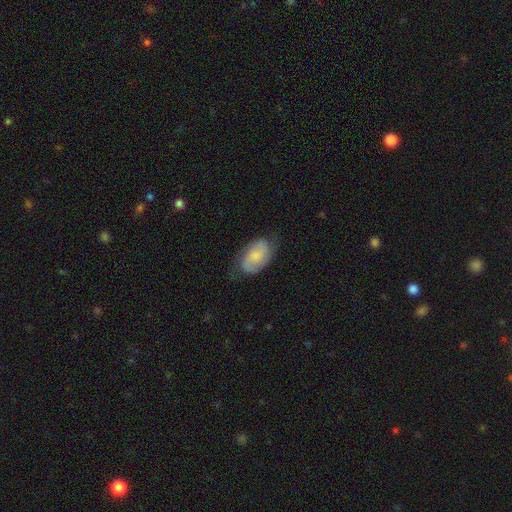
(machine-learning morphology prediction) smooth_or_featured: featured or disk (p=0.55) [alt: smooth p=0.38]
disk_edge_on: no (p=0.96) [alt: yes p=0.04]
bar: no (p=0.63) [alt: weak p=0.32]
has_spiral_arms: yes (p=0.90) [alt: no p=0.10]
bulge_size: small (p=0.47) [alt: moderate p=0.32]
merging: none (p=0.69) [alt: minor disturbance p=0.23]